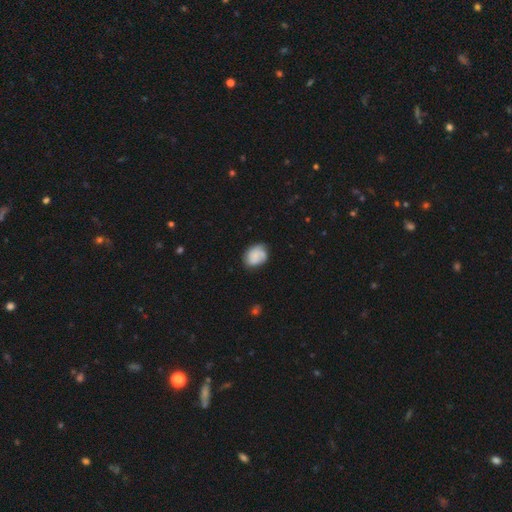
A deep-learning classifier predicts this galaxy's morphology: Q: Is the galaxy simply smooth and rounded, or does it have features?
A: smooth — 64%.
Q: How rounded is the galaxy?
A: in between — 63%.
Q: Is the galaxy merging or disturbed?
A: none — 62%.